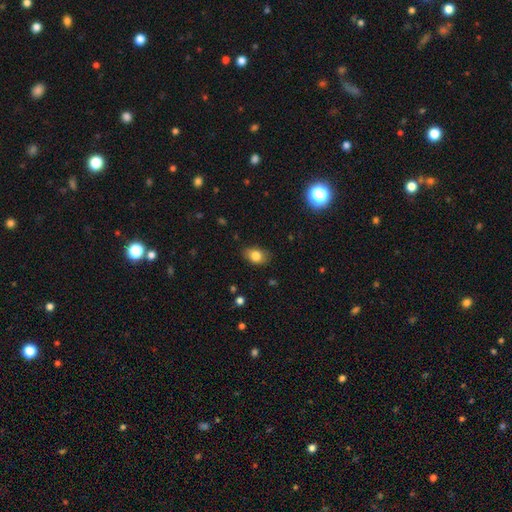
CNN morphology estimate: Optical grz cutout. It shows a smooth galaxy with no disk features (82%) that is in between round and cigar-shaped (78%). Merging: none (80%).